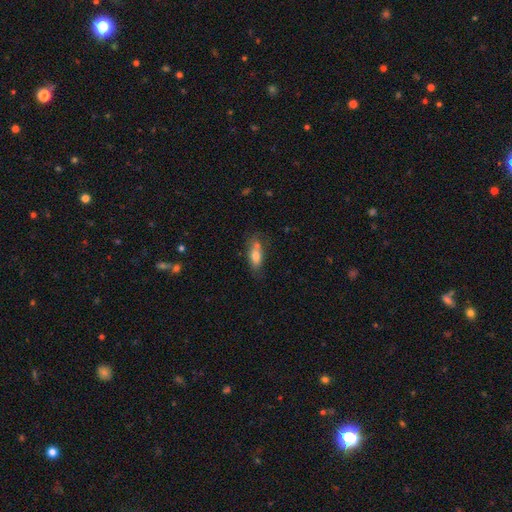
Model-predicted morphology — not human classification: This appears to be a smooth galaxy with no disk features (72%) that is in between round and cigar-shaped (73%). Merging: none (50%).